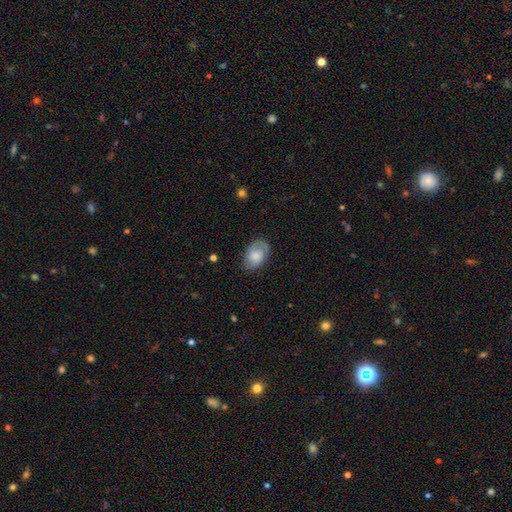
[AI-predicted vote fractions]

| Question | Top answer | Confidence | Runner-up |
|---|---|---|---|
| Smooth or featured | smooth | 59% | featured or disk (34%) |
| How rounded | in between | 88% | round (11%) |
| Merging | none | 73% | minor disturbance (20%) |